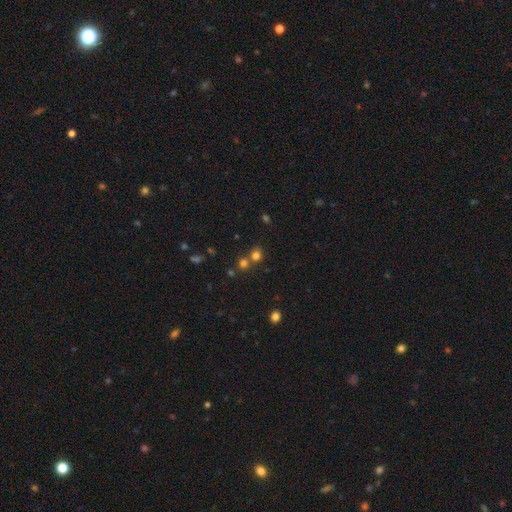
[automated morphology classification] Overall: smooth (72%). How rounded: round (83%). Merging: none (60%; merger 30%).